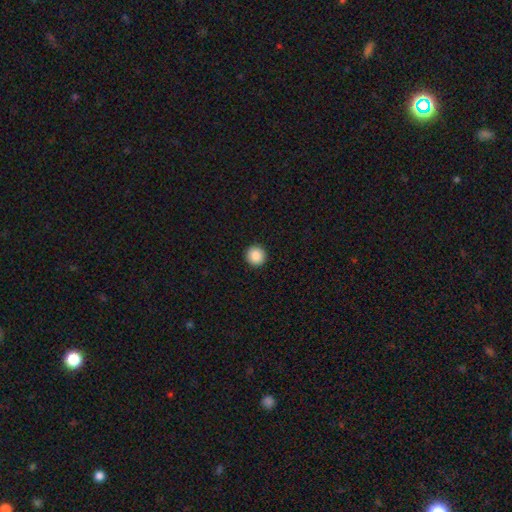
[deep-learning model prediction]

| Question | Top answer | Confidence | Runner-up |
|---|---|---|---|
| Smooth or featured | smooth | 88% | star or artifact (9%) |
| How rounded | round | 96% | in between (3%) |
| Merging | none | 94% | minor disturbance (4%) |